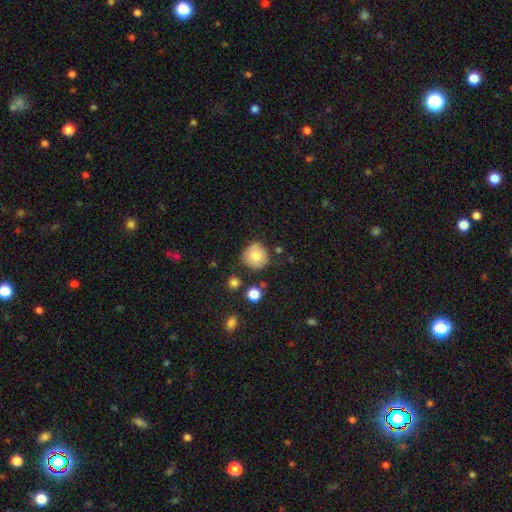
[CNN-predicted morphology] smooth 73%, featured or disk 18%, star or artifact 9%. Down the decision tree: how rounded — round (92%); merging — none (74%).